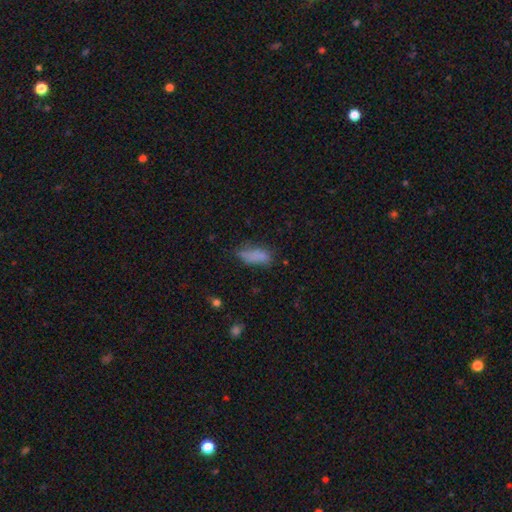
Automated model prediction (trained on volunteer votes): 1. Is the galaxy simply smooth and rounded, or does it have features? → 76% smooth, 12% featured or disk, 12% star or artifact.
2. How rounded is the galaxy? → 75% in between, 22% cigar-shaped, 3% round.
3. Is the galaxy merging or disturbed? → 47% none, 32% minor disturbance, 16% major disturbance, 5% merger.